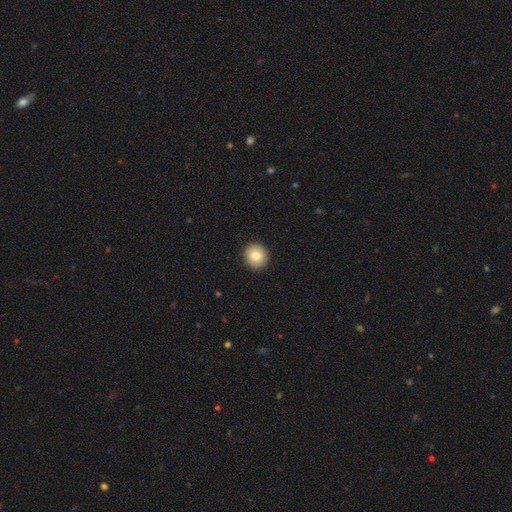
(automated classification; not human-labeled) This is clearly a smooth galaxy (84%). How rounded: clearly round (81%). Merging: clearly none (91%).